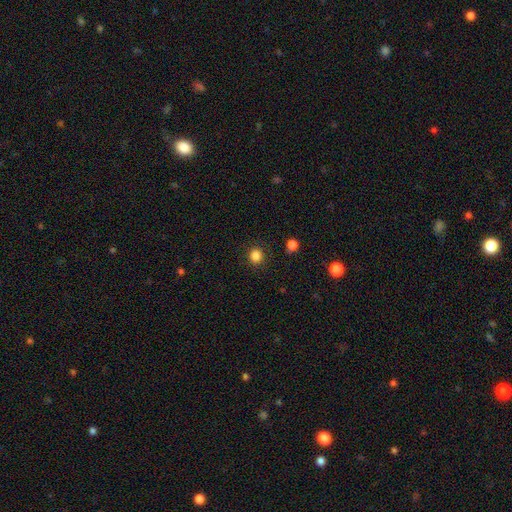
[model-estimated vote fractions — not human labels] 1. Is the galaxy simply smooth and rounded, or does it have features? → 85% smooth, 12% star or artifact, 3% featured or disk.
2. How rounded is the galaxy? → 86% round, 13% in between, 1% cigar-shaped.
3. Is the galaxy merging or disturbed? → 89% none, 7% minor disturbance, 2% major disturbance, 1% merger.